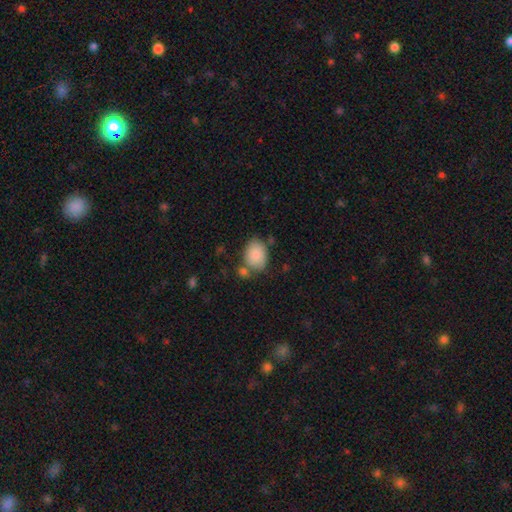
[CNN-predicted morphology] smooth-or-featured: smooth: 86% | featured or disk: 8% | star or artifact: 7%
  how-rounded: in between: 70% | round: 29% | cigar-shaped: 1%
  merging: none: 64% | minor disturbance: 17% | merger: 14% | major disturbance: 5%